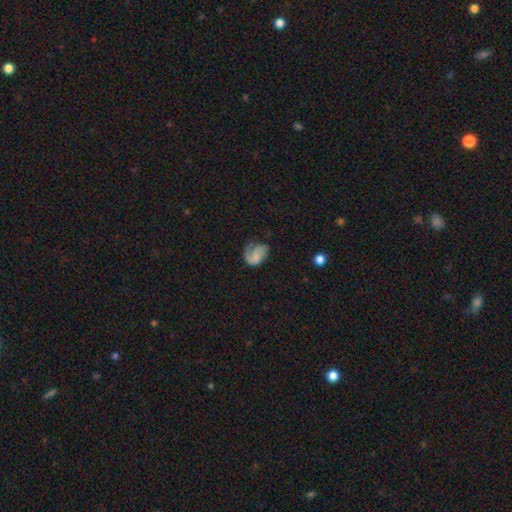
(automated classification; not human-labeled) Smooth or featured? featured or disk (53%)
Edge-on disk? no (98%)
Bar? no (65%)
Spiral arms? yes (84%)
Bulge size? none (48%)
Merging? none (39%)